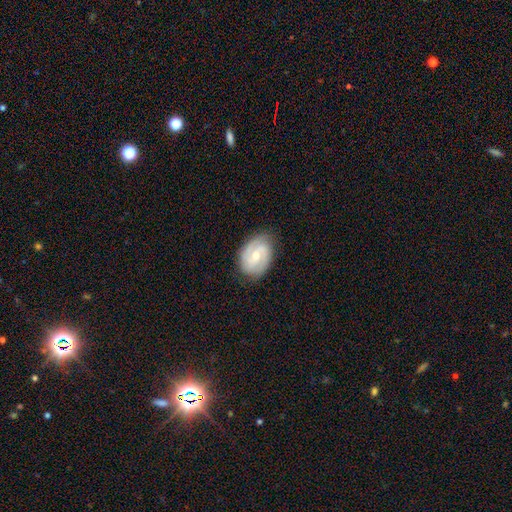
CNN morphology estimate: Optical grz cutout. It shows a featured or disk galaxy (79%) with a weak bar (49%), 2 (79%) tight (49%) spiral arms (94%) and a moderate central bulge (50%). Merging: none (81%).